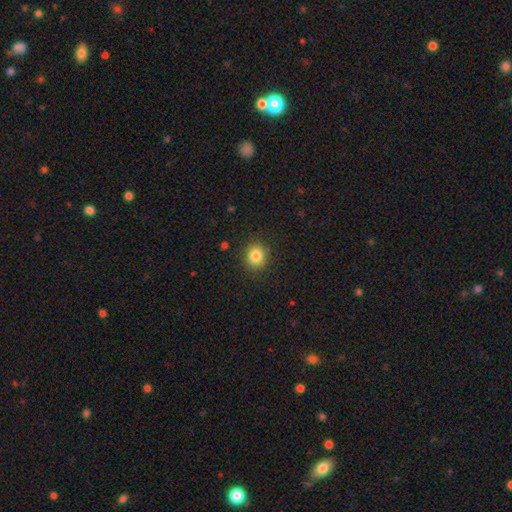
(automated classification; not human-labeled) Smooth or featured? smooth (84%)
How rounded? round (78%)
Merging? none (89%)